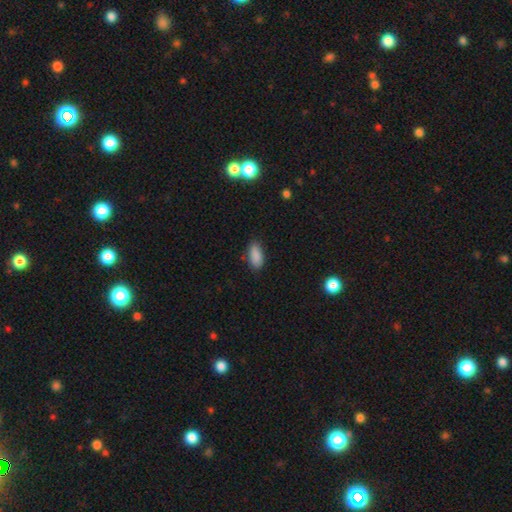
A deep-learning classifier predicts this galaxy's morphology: Overall: smooth (88%). How rounded: in between (89%). Merging: none (82%).